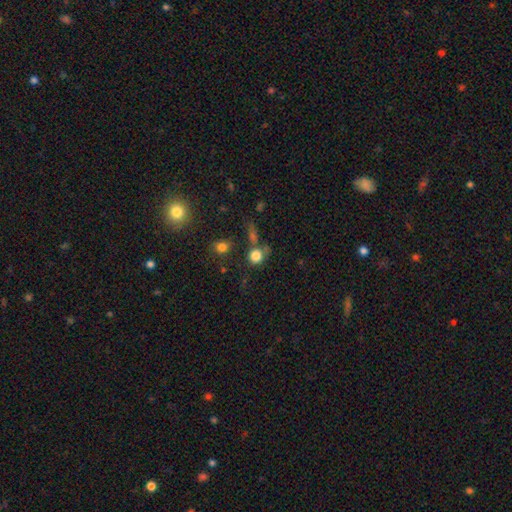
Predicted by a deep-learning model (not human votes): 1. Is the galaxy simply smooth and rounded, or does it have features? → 81% smooth, 12% star or artifact, 7% featured or disk.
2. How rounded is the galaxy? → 83% round, 15% in between, 1% cigar-shaped.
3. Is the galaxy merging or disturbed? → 57% none, 21% merger, 14% minor disturbance, 8% major disturbance.